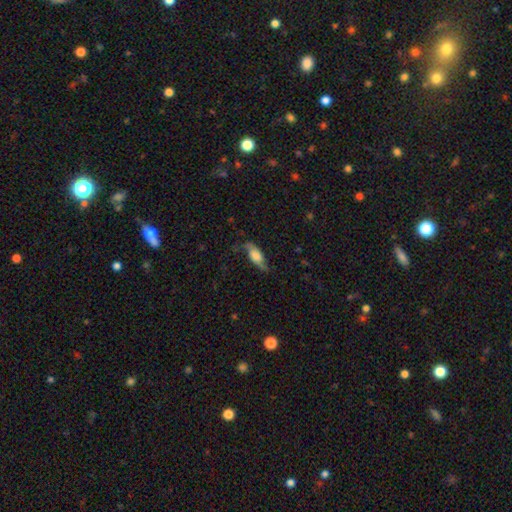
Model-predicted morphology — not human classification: type=featured or disk (49%); merging=none (63%).